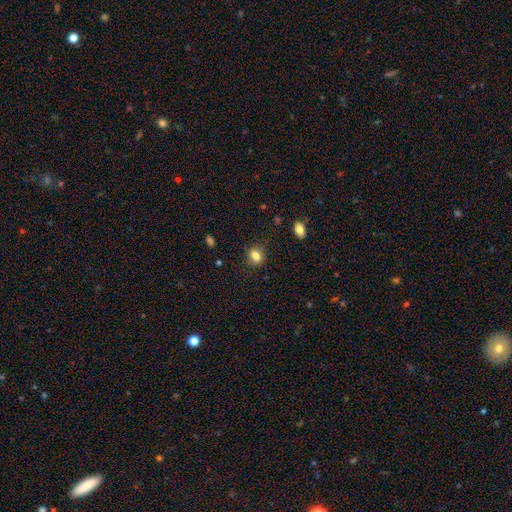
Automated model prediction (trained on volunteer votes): This appears to be a smooth galaxy with no disk features (82%) that is in between round and cigar-shaped (61%). Merging: none (82%).